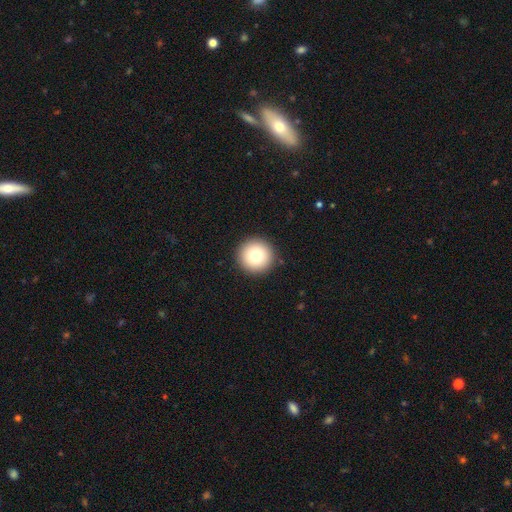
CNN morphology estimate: Smooth or featured? Predicted: smooth (p=0.78). How rounded? Predicted: round (p=0.96). Merging? Predicted: none (p=0.93).